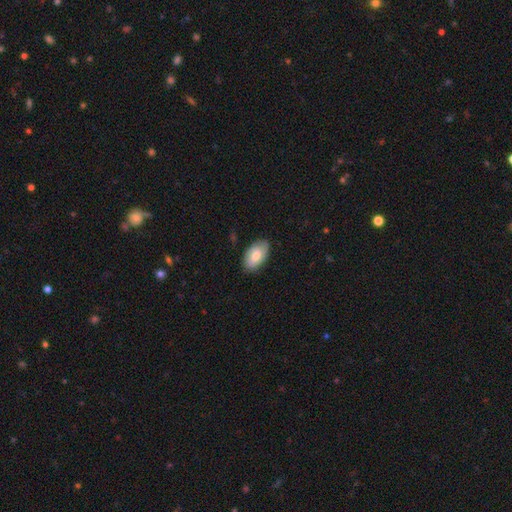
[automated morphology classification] This is likely a smooth galaxy (70%). How rounded: clearly in between (94%). Merging: clearly none (81%).